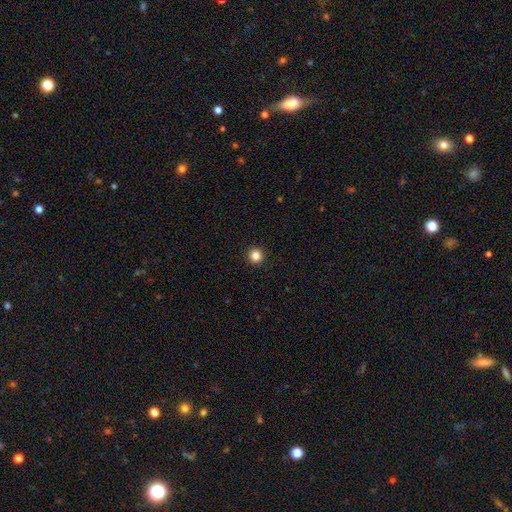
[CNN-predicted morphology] A smooth galaxy with no disk features (84%) that is round (96%). Merging: none (94%).